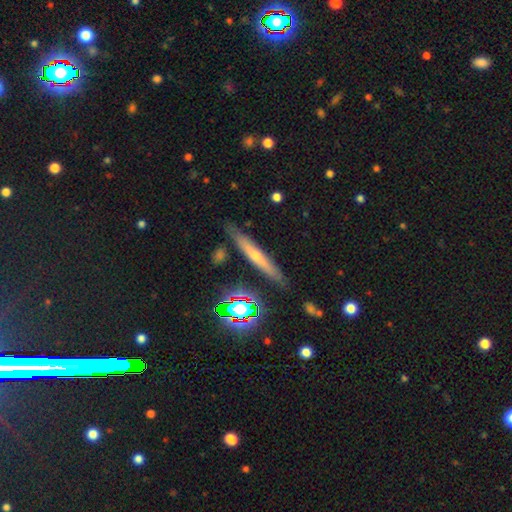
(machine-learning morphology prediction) Smooth or featured? Predicted: featured or disk (p=0.48). Merging? Predicted: none (p=0.83).